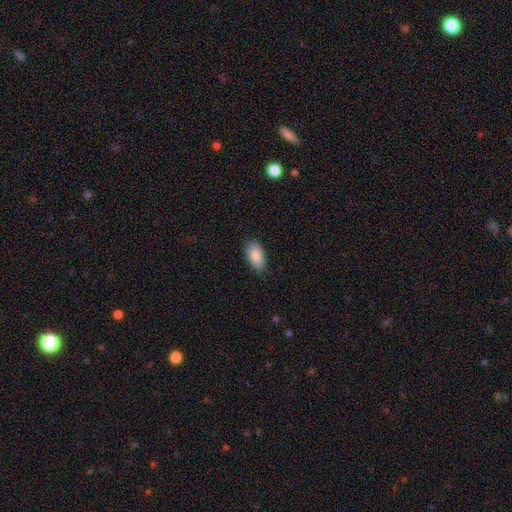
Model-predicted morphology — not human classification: Smooth or featured: smooth — 87% (star or artifact — 6%)
How rounded: in between — 94% (round — 3%)
Merging: none — 85% (minor disturbance — 11%)